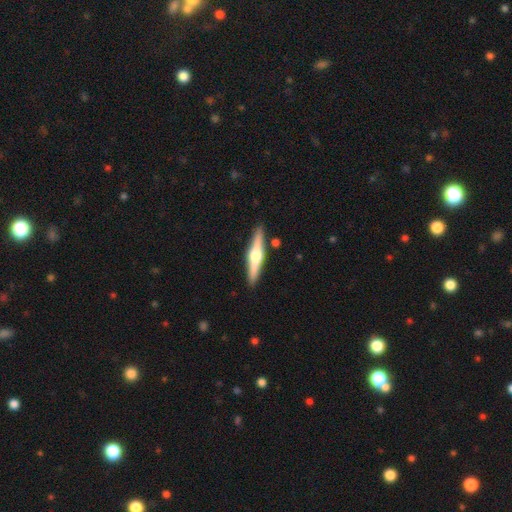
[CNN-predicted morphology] featured or disk 67%, smooth 28%, star or artifact 5%. Down the decision tree: edge-on disk — yes (97%); edge-on bulge — rounded (94%); merging — none (88%).